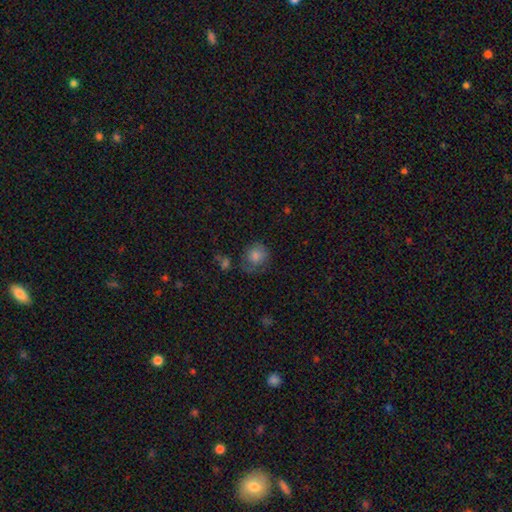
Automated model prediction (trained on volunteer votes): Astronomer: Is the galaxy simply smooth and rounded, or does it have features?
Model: smooth — 75%.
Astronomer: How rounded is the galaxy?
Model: round — 76%.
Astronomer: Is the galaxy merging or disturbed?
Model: none — 56%.